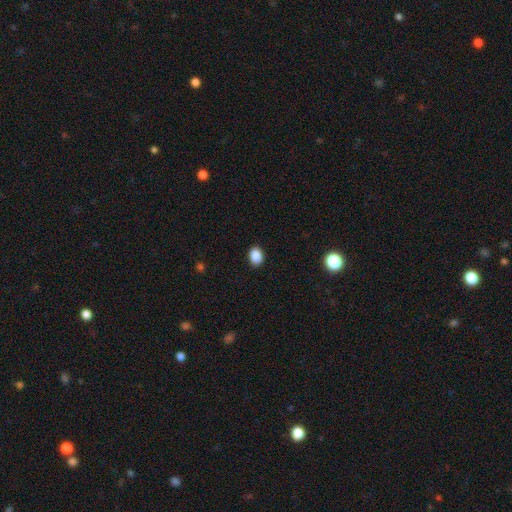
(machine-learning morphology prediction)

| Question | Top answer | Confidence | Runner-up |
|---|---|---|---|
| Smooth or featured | smooth | 87% | star or artifact (9%) |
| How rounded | in between | 67% | round (32%) |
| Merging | none | 90% | minor disturbance (7%) |